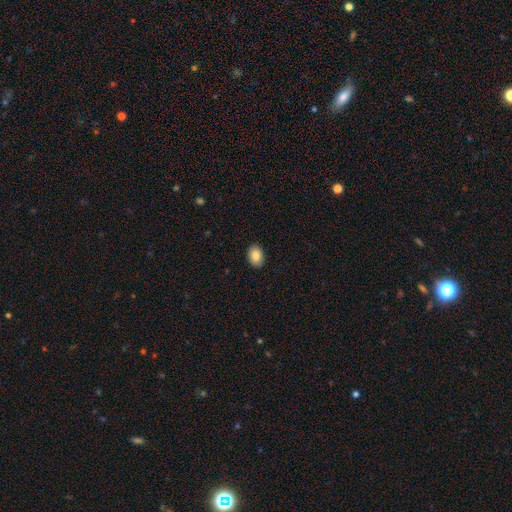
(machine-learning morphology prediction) A smooth galaxy with no disk features (87%) that is in between round and cigar-shaped (78%). Merging: none (91%).